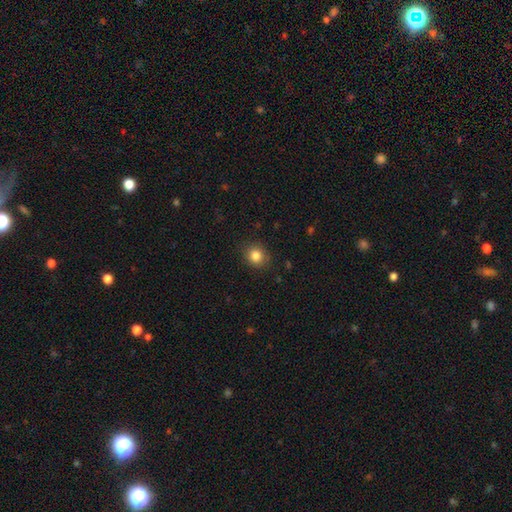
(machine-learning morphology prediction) A smooth galaxy with no disk features (84%) that is round (81%). Merging: none (87%).